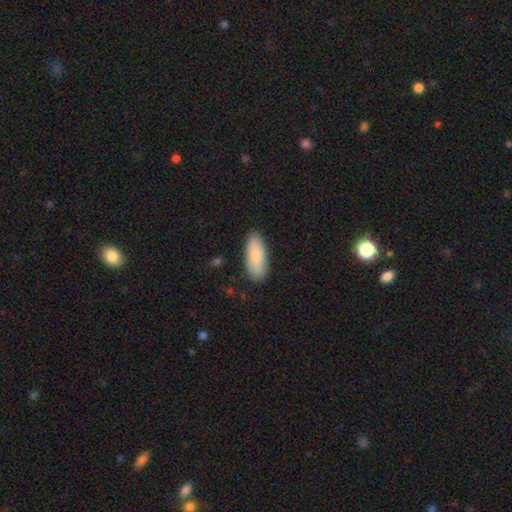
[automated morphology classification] smooth_or_featured: smooth (p=0.87) [alt: featured or disk p=0.08]
how_rounded: in between (p=0.79) [alt: cigar-shaped p=0.19]
merging: none (p=0.86) [alt: minor disturbance p=0.10]